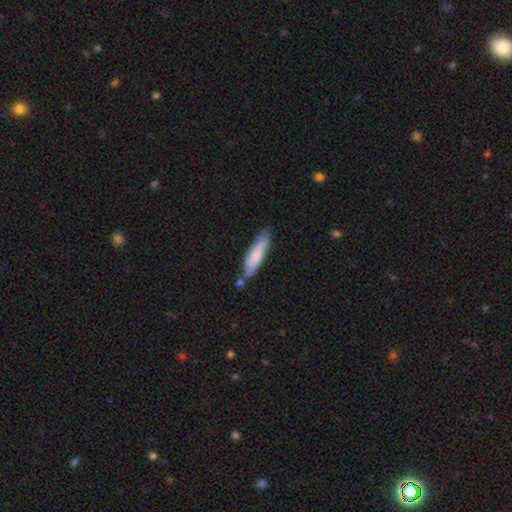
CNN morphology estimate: smooth_or_featured: smooth (p=0.70) [alt: featured or disk p=0.25]
how_rounded: cigar-shaped (p=0.75) [alt: in between p=0.24]
merging: none (p=0.67) [alt: minor disturbance p=0.20]